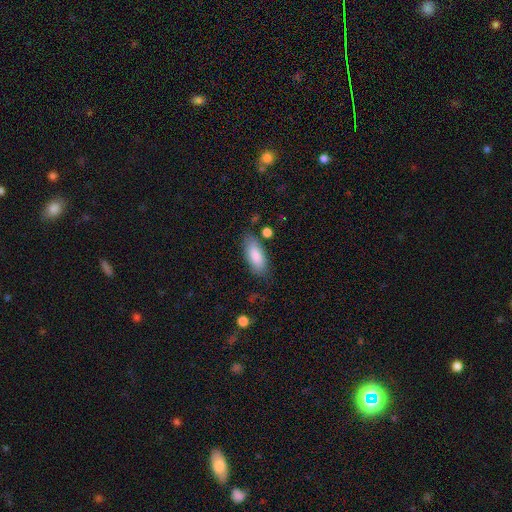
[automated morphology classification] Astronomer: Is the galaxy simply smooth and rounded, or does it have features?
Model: smooth — 85%.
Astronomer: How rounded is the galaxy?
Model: in between — 81%.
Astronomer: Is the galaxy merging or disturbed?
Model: none — 77%.